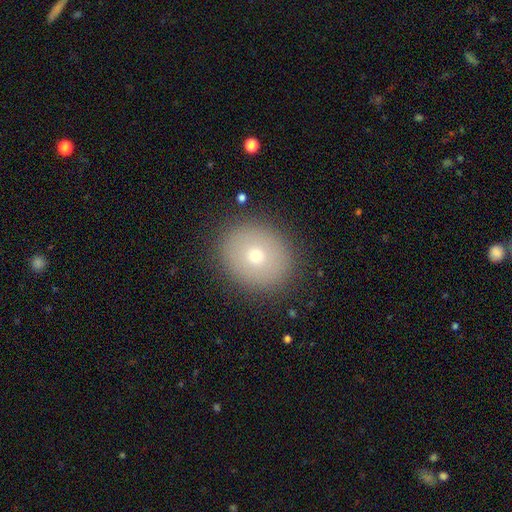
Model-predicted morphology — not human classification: type=smooth (70%); roundness=round (79%); merging=none (88%).